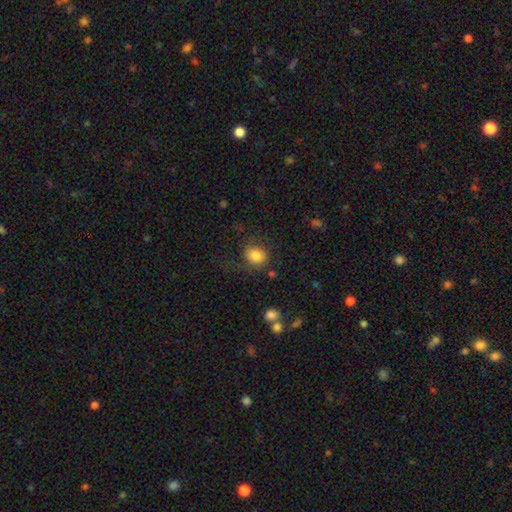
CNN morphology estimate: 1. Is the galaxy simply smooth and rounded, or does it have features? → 82% smooth, 9% star or artifact, 8% featured or disk.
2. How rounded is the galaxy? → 67% round, 32% in between, 1% cigar-shaped.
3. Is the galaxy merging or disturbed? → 71% none, 16% minor disturbance, 10% major disturbance, 3% merger.